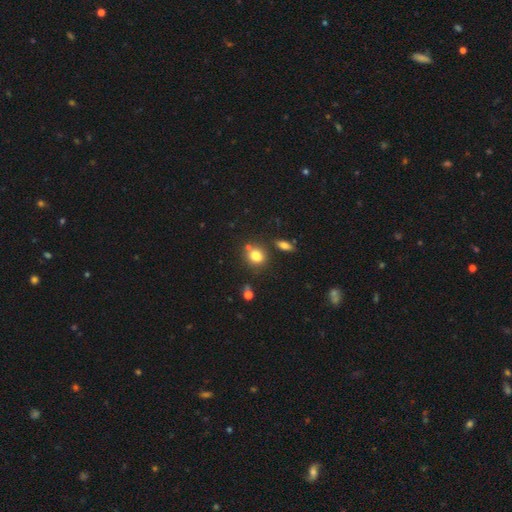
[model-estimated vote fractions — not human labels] Smooth or featured? smooth (80%)
How rounded? round (62%)
Merging? none (66%)